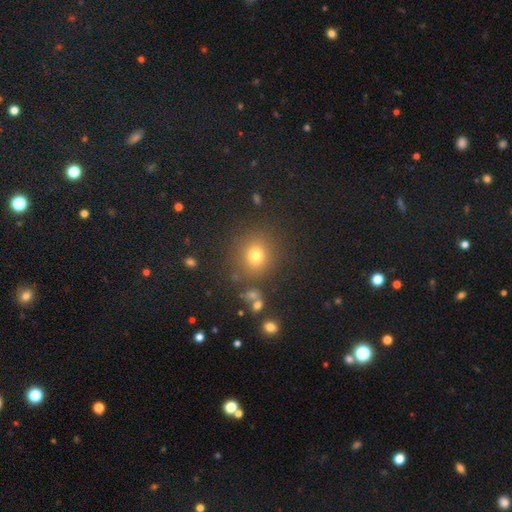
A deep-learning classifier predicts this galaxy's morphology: A smooth galaxy with no disk features (74%) that is round (83%). Merging: none (83%).